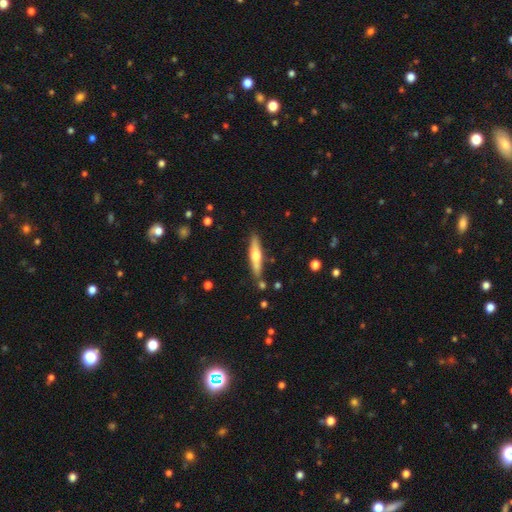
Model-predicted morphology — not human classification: The model was most divided on "smooth or featured": featured or disk: 50%, smooth: 44%, star or artifact: 6%. More confident: edge-on disk — yes (92%); merging — none (83%).